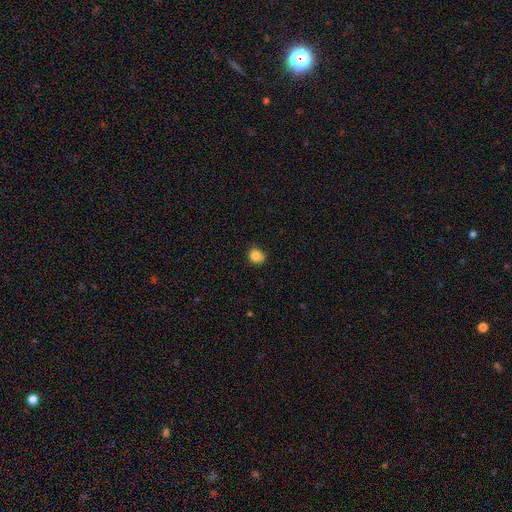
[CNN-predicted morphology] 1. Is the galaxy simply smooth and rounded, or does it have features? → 84% smooth, 11% star or artifact, 6% featured or disk.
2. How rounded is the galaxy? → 79% round, 20% in between, 1% cigar-shaped.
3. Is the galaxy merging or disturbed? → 75% none, 20% minor disturbance, 3% major disturbance, 2% merger.